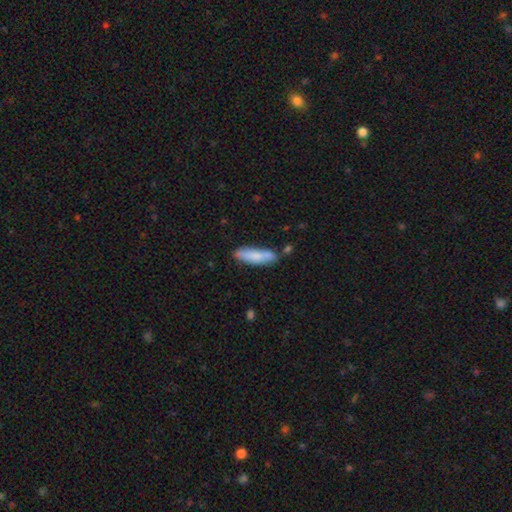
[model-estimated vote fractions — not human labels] Smooth or featured? Predicted: smooth (p=0.78). How rounded? Predicted: cigar-shaped (p=0.68). Merging? Predicted: none (p=0.68).